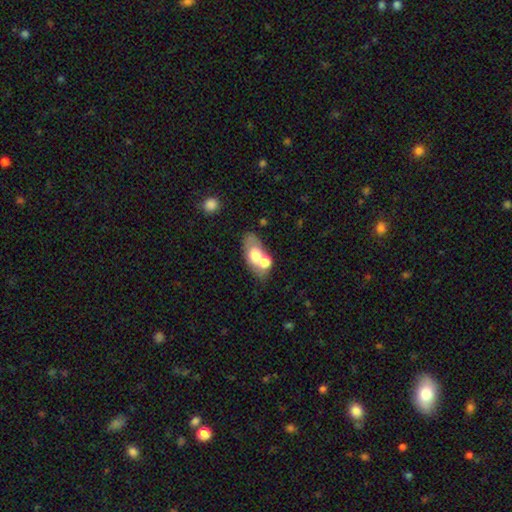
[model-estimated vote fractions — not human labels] Smooth or featured?
  - smooth: 59% *
  - featured or disk: 33%
  - star or artifact: 8%
How rounded?
  - in between: 82% *
  - round: 13%
  - cigar-shaped: 5%
Merging?
  - none: 41% *
  - merger: 40%
  - minor disturbance: 12%
  - major disturbance: 6%